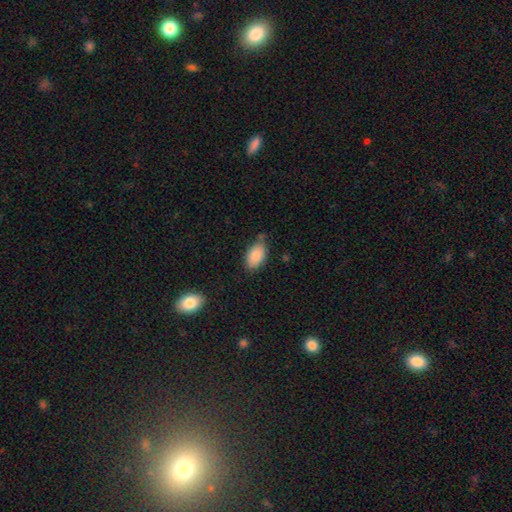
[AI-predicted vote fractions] Smooth or featured?
  - smooth: 86% *
  - featured or disk: 7%
  - star or artifact: 7%
How rounded?
  - in between: 93% *
  - round: 5%
  - cigar-shaped: 2%
Merging?
  - none: 70% *
  - minor disturbance: 21%
  - merger: 5%
  - major disturbance: 4%